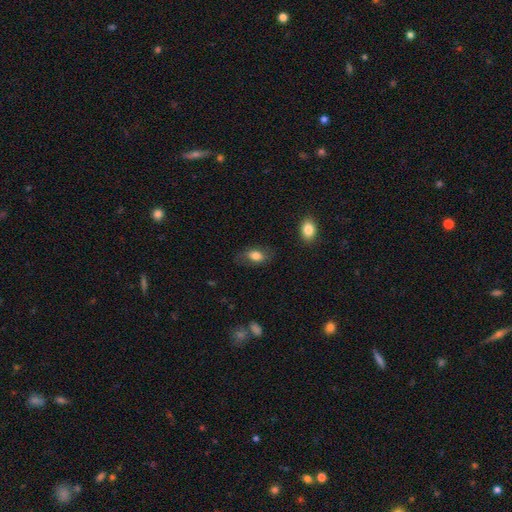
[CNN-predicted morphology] smooth-or-featured: smooth: 77% | featured or disk: 14% | star or artifact: 8%
  how-rounded: in between: 86% | round: 12% | cigar-shaped: 3%
  merging: none: 74% | minor disturbance: 18% | major disturbance: 6% | merger: 1%